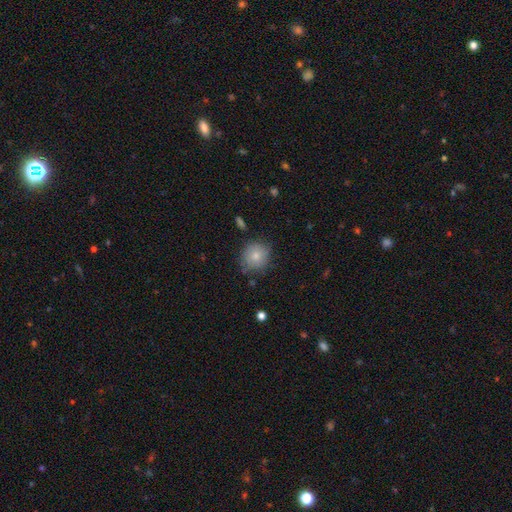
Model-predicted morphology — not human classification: This is likely a smooth galaxy (78%). How rounded: clearly round (88%). Merging: likely none (74%).